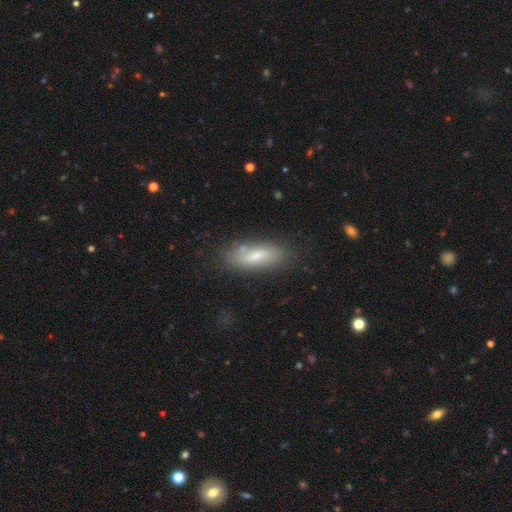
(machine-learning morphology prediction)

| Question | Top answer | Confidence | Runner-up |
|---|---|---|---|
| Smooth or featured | smooth | 62% | featured or disk (30%) |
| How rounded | in between | 62% | cigar-shaped (35%) |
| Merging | none | 72% | minor disturbance (18%) |